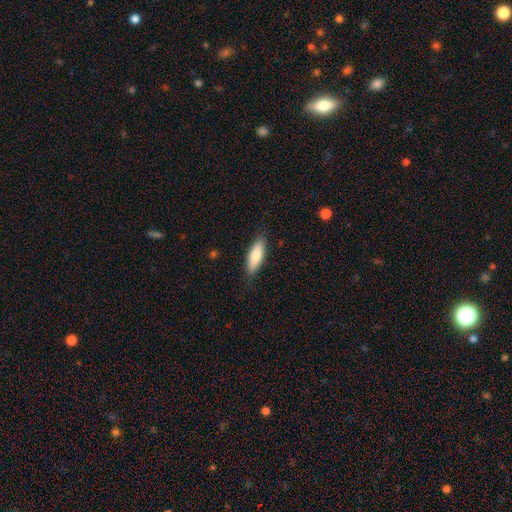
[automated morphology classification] smooth 79%, featured or disk 15%, star or artifact 6%. Down the decision tree: how rounded — in between (56%); merging — none (85%).